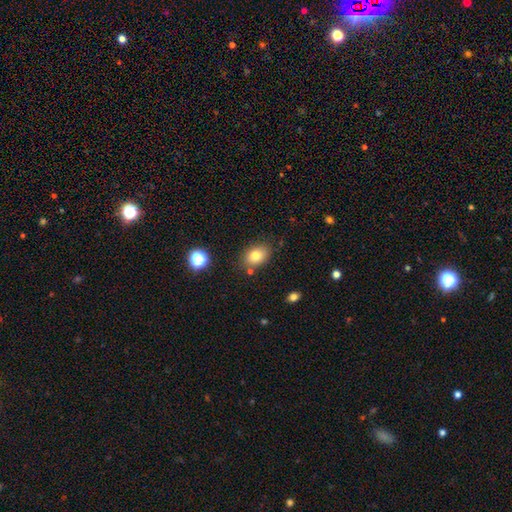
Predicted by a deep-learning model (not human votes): The model was most divided on "how rounded": in between: 74%, round: 25%, cigar-shaped: 1%. More confident: merging — none (79%); smooth or featured — smooth (79%).